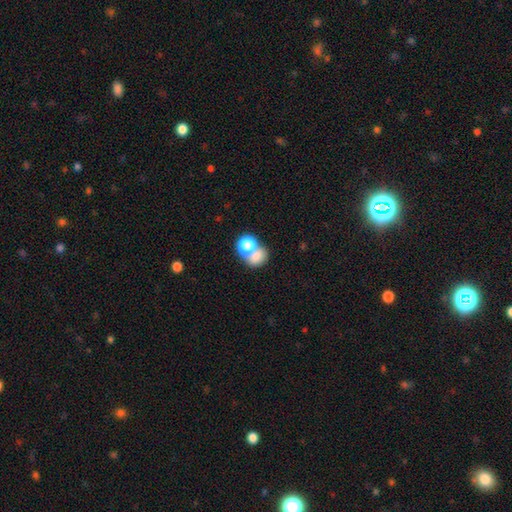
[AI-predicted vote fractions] Q: Smooth or featured?
A: smooth (72%); runner-up: star or artifact (14%)
Q: How rounded?
A: in between (52%); runner-up: round (47%)
Q: Merging?
A: merger (55%); runner-up: none (31%)